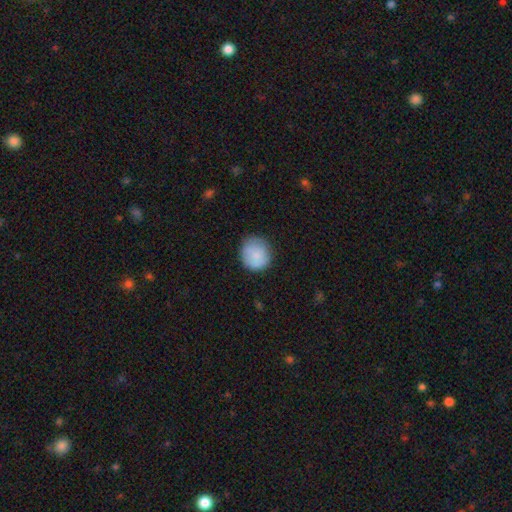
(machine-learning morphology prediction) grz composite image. It shows a smooth galaxy with no disk features (85%) that is round (87%). Merging: none (78%).